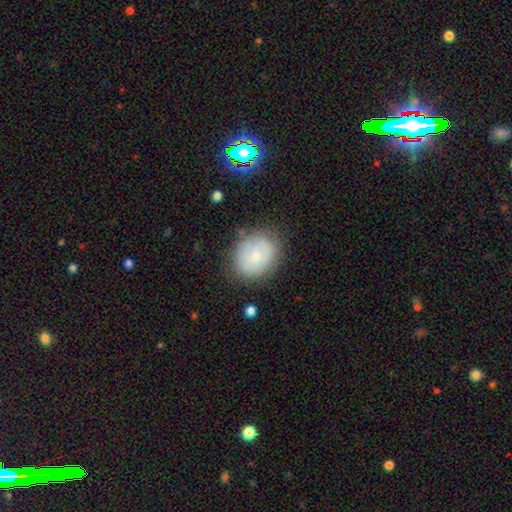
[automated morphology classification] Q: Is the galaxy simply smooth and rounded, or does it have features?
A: smooth — 65%.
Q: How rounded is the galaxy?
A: round — 59%.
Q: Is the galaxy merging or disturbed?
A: none — 77%.